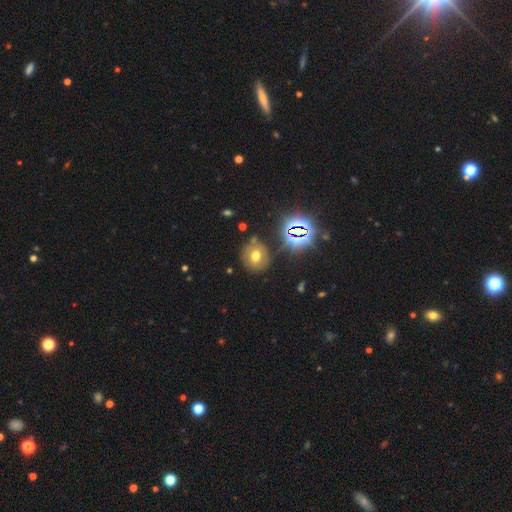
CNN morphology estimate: Smooth or featured: smooth — 55% (star or artifact — 25%)
How rounded: round — 79% (in between — 20%)
Merging: none — 76% (minor disturbance — 13%)